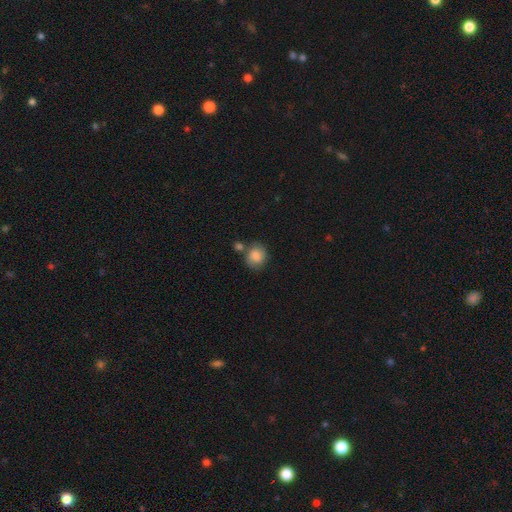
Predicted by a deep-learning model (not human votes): Smooth or featured?
  - smooth: 82% *
  - featured or disk: 10%
  - star or artifact: 8%
How rounded?
  - round: 71% *
  - in between: 28%
  - cigar-shaped: 1%
Merging?
  - none: 59% *
  - merger: 18%
  - minor disturbance: 17%
  - major disturbance: 6%